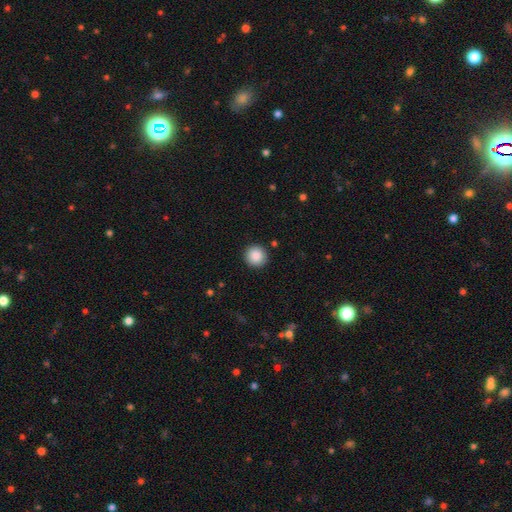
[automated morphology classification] Smooth or featured? Predicted: smooth (p=0.88). How rounded? Predicted: round (p=0.95). Merging? Predicted: none (p=0.92).